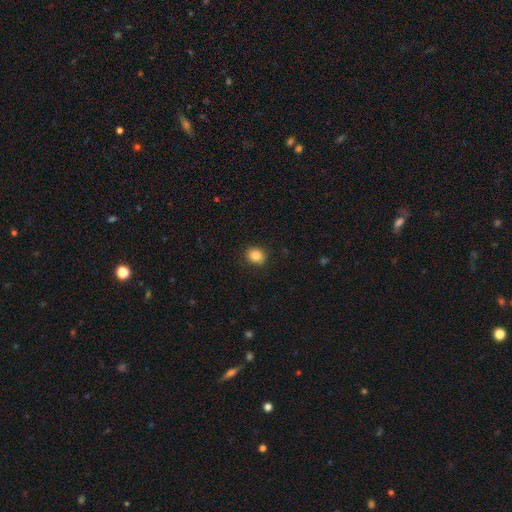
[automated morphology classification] Smooth or featured?
  - smooth: 85% *
  - star or artifact: 10%
  - featured or disk: 5%
How rounded?
  - round: 58% *
  - in between: 41%
  - cigar-shaped: 1%
Merging?
  - none: 88% *
  - minor disturbance: 9%
  - major disturbance: 2%
  - merger: 1%